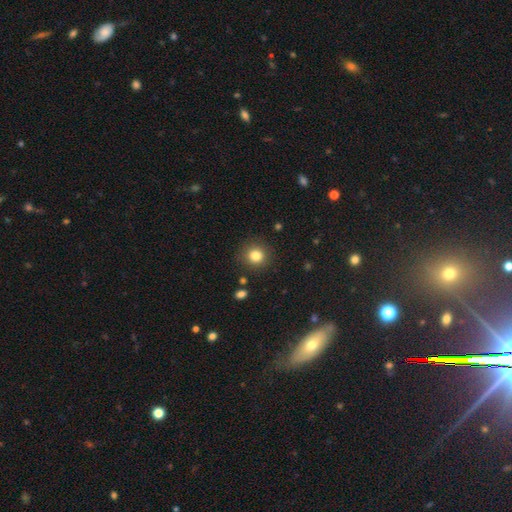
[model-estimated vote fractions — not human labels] A smooth galaxy with no disk features (82%) that is round (92%).

Vote fractions:
- Smooth or featured? smooth: 82% / star or artifact: 12% / featured or disk: 6%
- How rounded? round: 92% / in between: 7% / cigar-shaped: 1%
- Merging? none: 89% / minor disturbance: 7% / major disturbance: 3% / merger: 2%